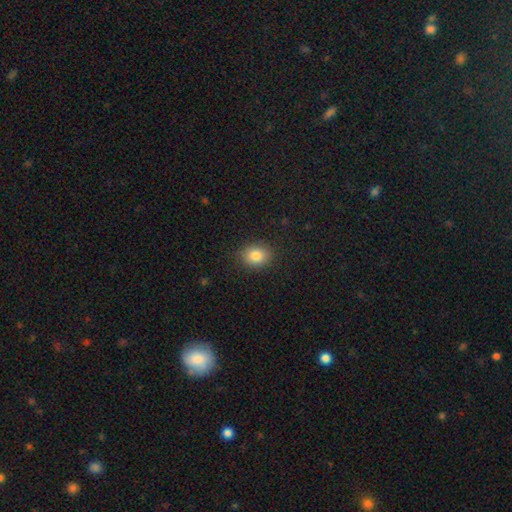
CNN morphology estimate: smooth 84%, star or artifact 10%, featured or disk 7%. Down the decision tree: how rounded — round (52%); merging — none (87%).